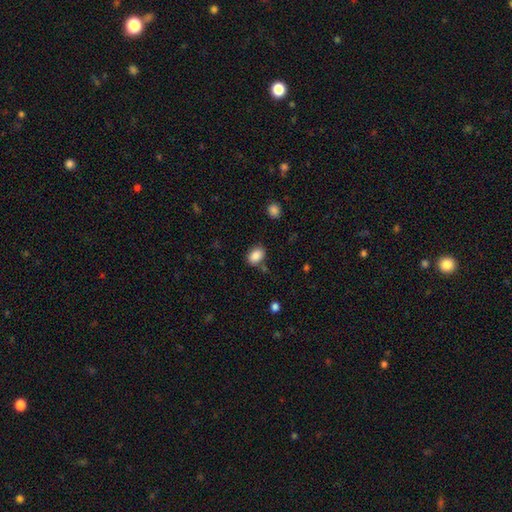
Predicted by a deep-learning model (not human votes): Overall: smooth (87%). How rounded: in between (77%). Merging: none (76%).